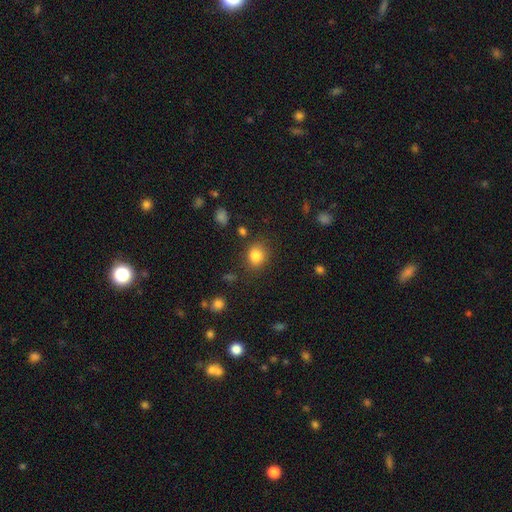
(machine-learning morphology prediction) A smooth galaxy with no disk features (84%) that is round (62%).

Vote fractions:
- Smooth or featured? smooth: 84% / star or artifact: 11% / featured or disk: 5%
- How rounded? round: 62% / in between: 37% / cigar-shaped: 1%
- Merging? none: 76% / minor disturbance: 15% / major disturbance: 5% / merger: 4%